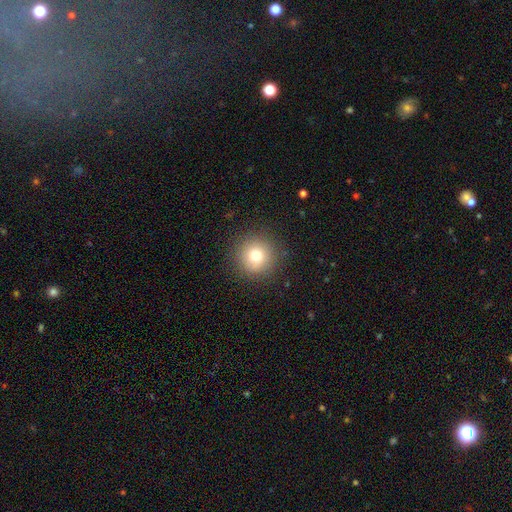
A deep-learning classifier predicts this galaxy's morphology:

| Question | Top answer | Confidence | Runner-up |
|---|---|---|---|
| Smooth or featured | smooth | 76% | star or artifact (13%) |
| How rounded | round | 95% | in between (4%) |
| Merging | none | 90% | minor disturbance (7%) |